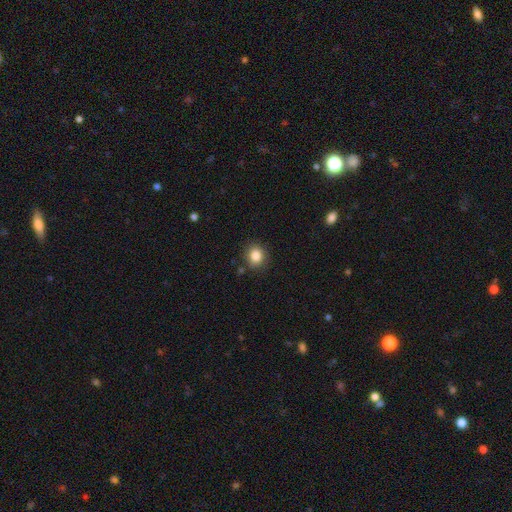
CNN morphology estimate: Smooth or featured?
  - smooth: 84% *
  - star or artifact: 10%
  - featured or disk: 5%
How rounded?
  - round: 74% *
  - in between: 25%
  - cigar-shaped: 1%
Merging?
  - none: 85% *
  - minor disturbance: 10%
  - major disturbance: 3%
  - merger: 2%